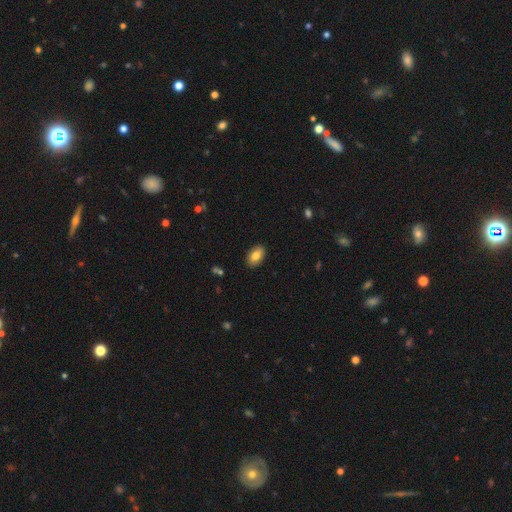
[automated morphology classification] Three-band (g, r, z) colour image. It shows a smooth galaxy with no disk features (80%) that is in between round and cigar-shaped (92%). Merging: none (89%).